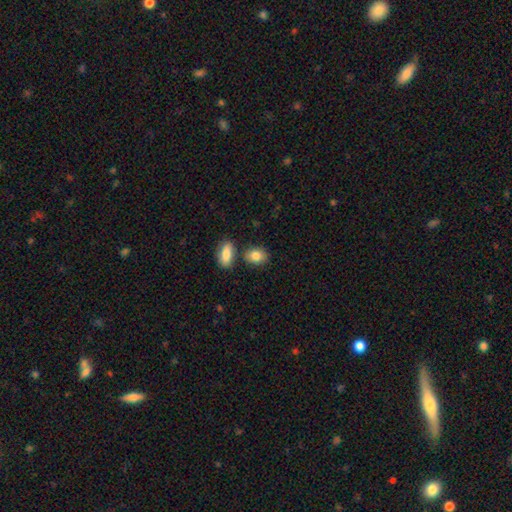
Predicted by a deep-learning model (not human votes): This is clearly a smooth galaxy (85%). How rounded: likely in between (69%). Merging: likely none (74%).